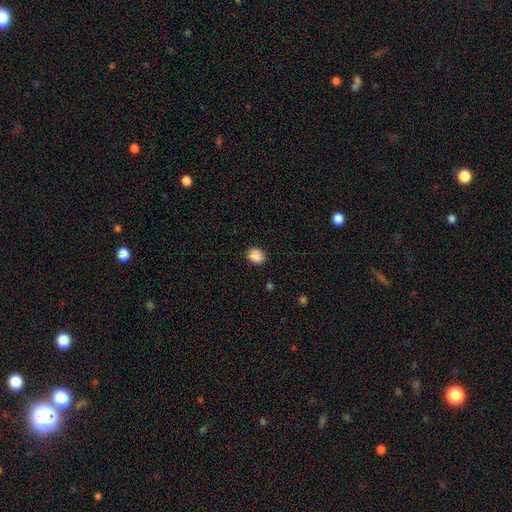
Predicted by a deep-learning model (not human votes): Smooth or featured: smooth — 88% (star or artifact — 9%)
How rounded: round — 65% (in between — 35%)
Merging: none — 89% (minor disturbance — 8%)